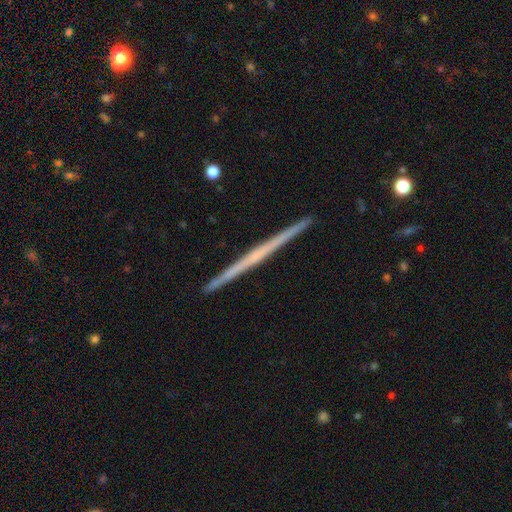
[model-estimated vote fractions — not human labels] This appears to be a featured or disk galaxy (71%) viewed edge-on (98%) with no central bulge (77%). Merging: none (93%).